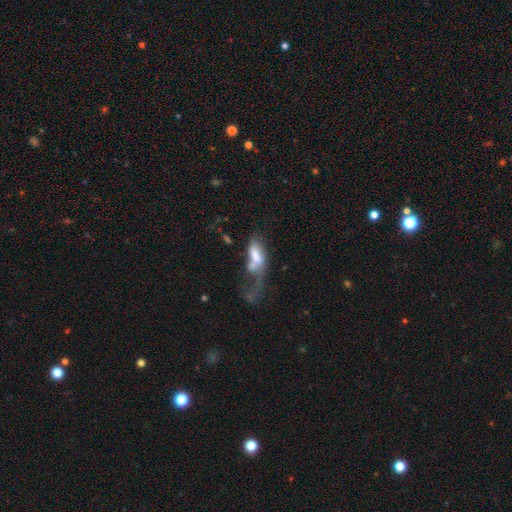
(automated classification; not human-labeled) A smooth galaxy with no disk features (55%) that is in between round and cigar-shaped (79%). Merging: major disturbance (45%).